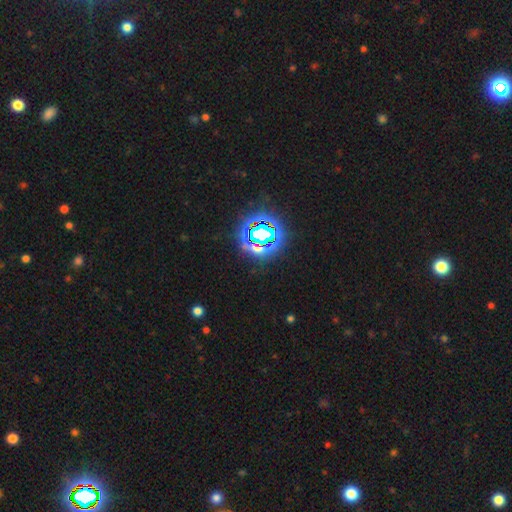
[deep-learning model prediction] A star or artifact, not a galaxy (84%).